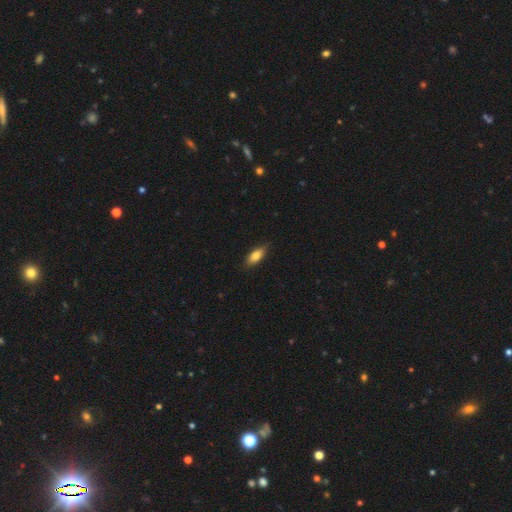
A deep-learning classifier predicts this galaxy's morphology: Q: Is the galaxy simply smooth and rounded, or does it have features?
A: smooth — 81%.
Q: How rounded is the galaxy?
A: in between — 83%.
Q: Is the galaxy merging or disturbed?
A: none — 83%.